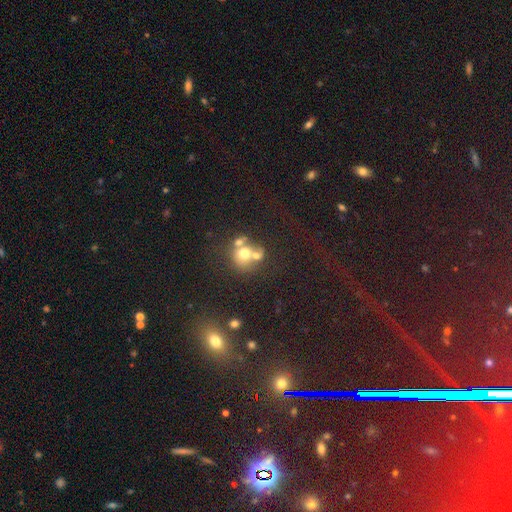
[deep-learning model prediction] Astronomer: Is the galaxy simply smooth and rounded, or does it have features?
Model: smooth — 61%.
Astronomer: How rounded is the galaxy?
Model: round — 76%.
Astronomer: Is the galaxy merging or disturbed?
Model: merger — 52% (runner-up: none, 33%).